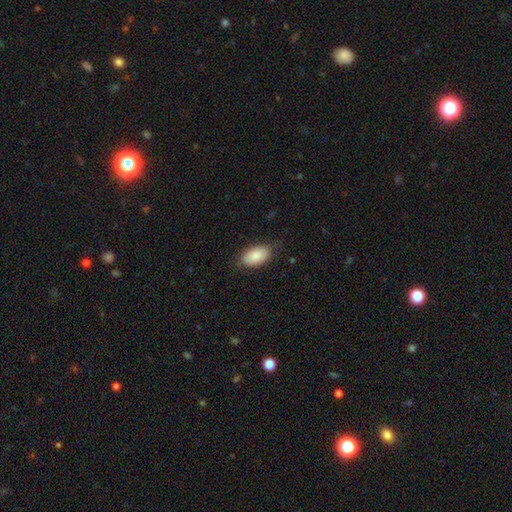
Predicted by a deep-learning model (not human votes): The model was most divided on "merging": none: 80%, minor disturbance: 15%, major disturbance: 3%, merger: 1%. More confident: how rounded — in between (95%); smooth or featured — smooth (87%).